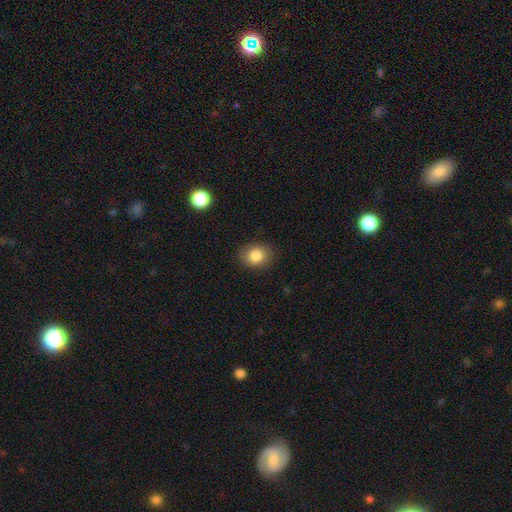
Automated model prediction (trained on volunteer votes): A smooth galaxy with no disk features (85%) that is round (55%).

Vote fractions:
- Smooth or featured? smooth: 85% / star or artifact: 9% / featured or disk: 6%
- How rounded? round: 55% / in between: 44% / cigar-shaped: 1%
- Merging? none: 85% / minor disturbance: 11% / major disturbance: 3% / merger: 1%